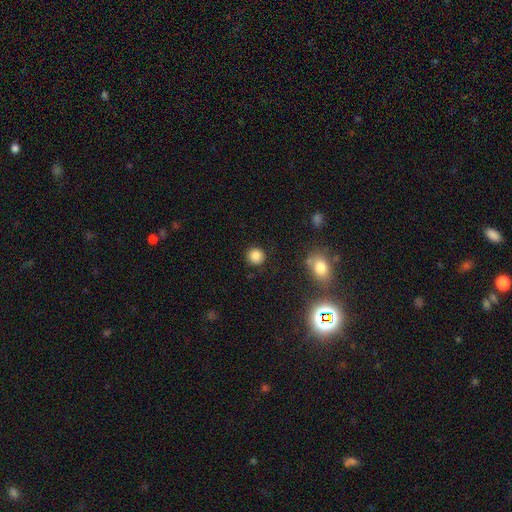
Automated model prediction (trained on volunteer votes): Smooth or featured: smooth — 83% (star or artifact — 12%)
How rounded: round — 93% (in between — 6%)
Merging: none — 88% (minor disturbance — 7%)